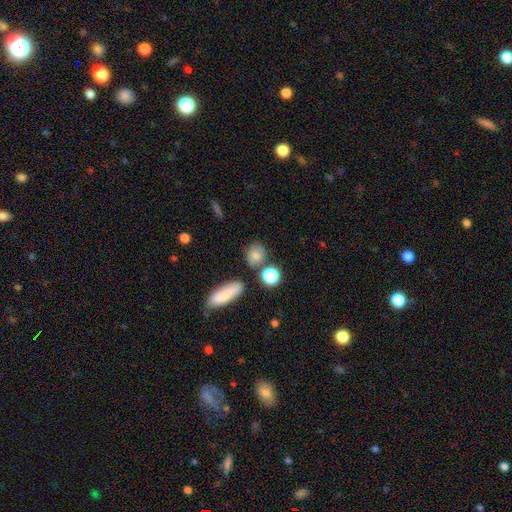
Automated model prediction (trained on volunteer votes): Smooth or featured? Predicted: smooth (p=0.79). How rounded? Predicted: round (p=0.63). Merging? Predicted: none (p=0.73).